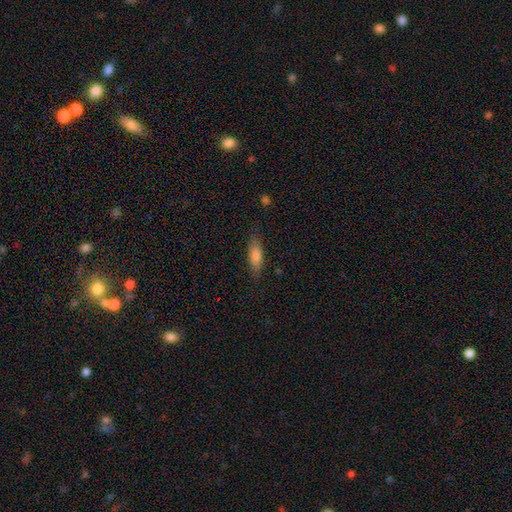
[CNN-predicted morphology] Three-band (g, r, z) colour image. It shows a smooth galaxy with no disk features (78%) that is in between round and cigar-shaped (53%). Merging: none (81%).